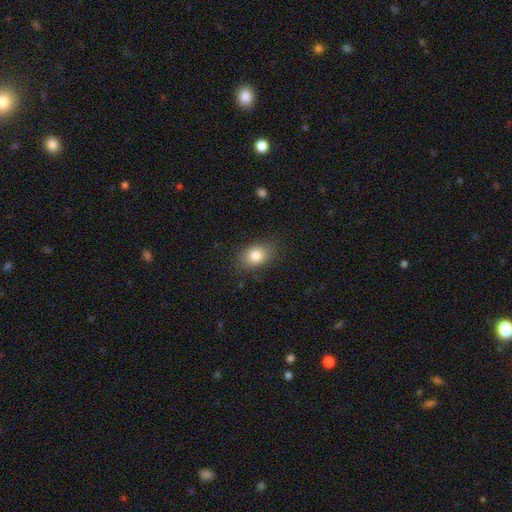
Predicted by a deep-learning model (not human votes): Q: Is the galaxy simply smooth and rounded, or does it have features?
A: smooth — 82%.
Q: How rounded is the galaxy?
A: in between — 75%.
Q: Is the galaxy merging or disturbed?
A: none — 83%.